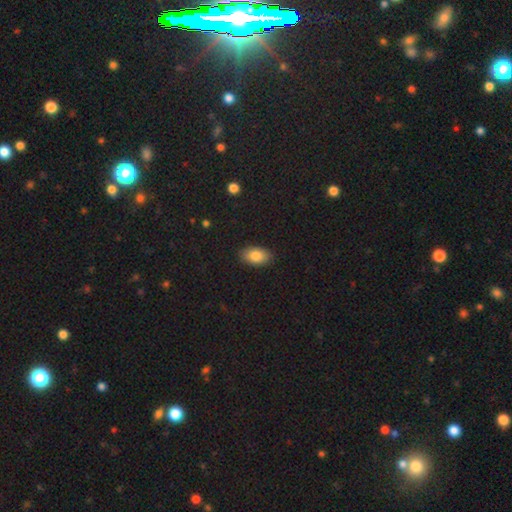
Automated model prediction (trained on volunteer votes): smooth_or_featured: smooth (p=0.83) [alt: featured or disk p=0.09]
how_rounded: in between (p=0.91) [alt: round p=0.07]
merging: none (p=0.87) [alt: minor disturbance p=0.10]